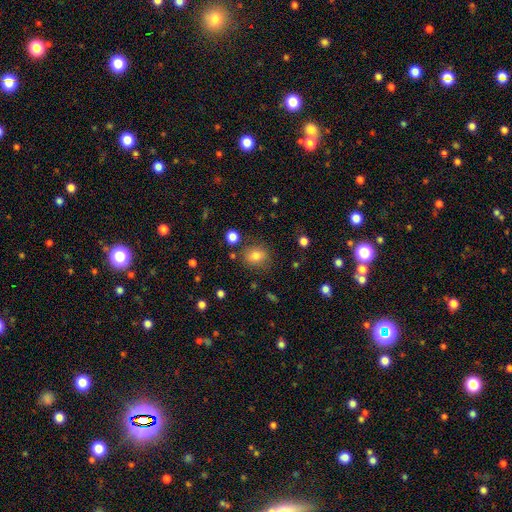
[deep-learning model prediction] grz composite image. It shows a smooth galaxy with no disk features (80%) that is round (64%). Merging: none (79%).